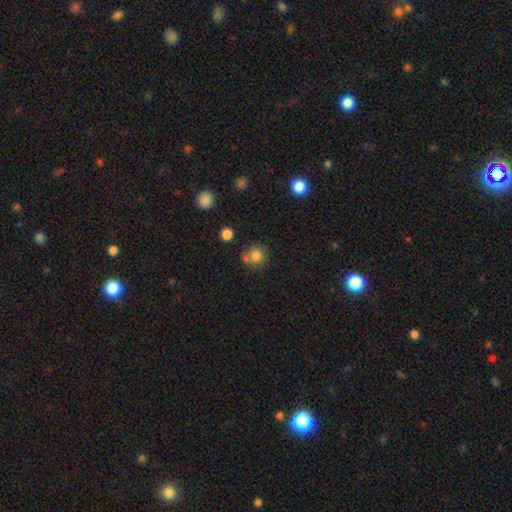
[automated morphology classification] Smooth or featured? Predicted: smooth (p=0.79). How rounded? Predicted: round (p=0.85). Merging? Predicted: none (p=0.57).